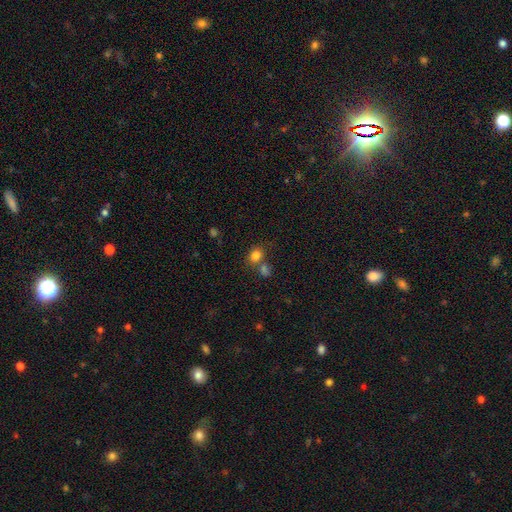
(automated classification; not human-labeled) This appears to be a smooth galaxy with no disk features (80%) that is round (53%). Merging: none (58%).